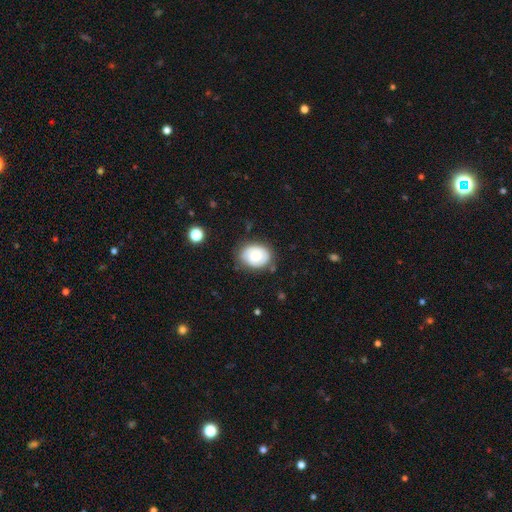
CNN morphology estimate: A smooth galaxy with no disk features (57%) that is in between round and cigar-shaped (53%). Merging: none (74%).